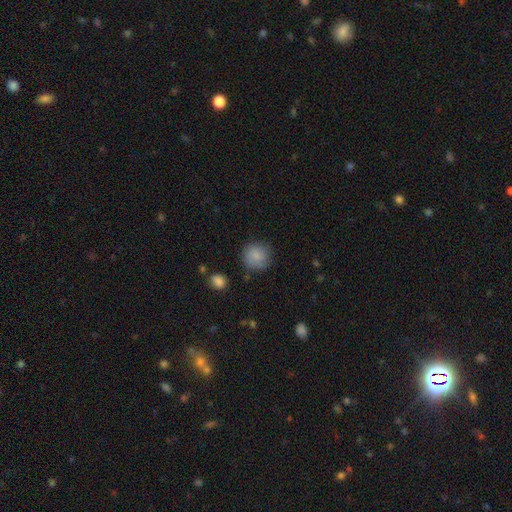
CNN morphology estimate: A smooth galaxy with no disk features (84%) that is round (90%). Merging: none (77%).